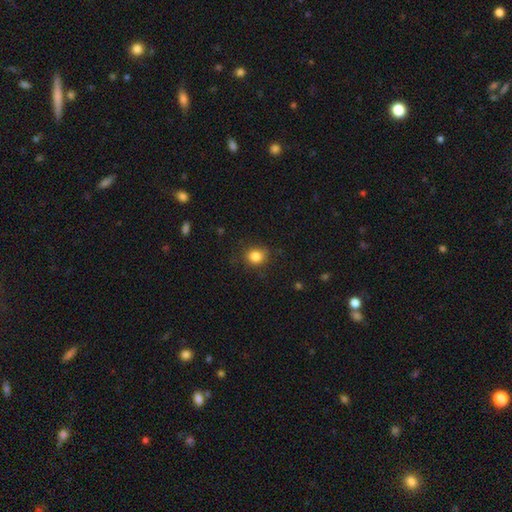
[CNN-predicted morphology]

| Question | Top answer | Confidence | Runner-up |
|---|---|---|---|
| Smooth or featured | smooth | 85% | star or artifact (10%) |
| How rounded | round | 80% | in between (19%) |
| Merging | none | 83% | minor disturbance (12%) |